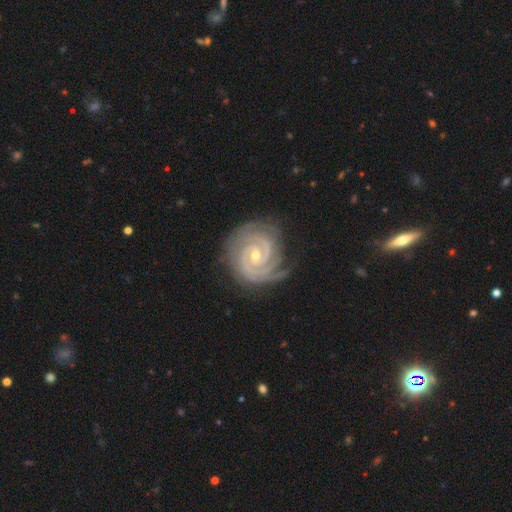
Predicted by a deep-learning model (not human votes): Smooth or featured?
  - featured or disk: 93% *
  - star or artifact: 5%
  - smooth: 3%
Edge-on disk?
  - no: 98% *
  - yes: 2%
Bar?
  - no: 47% *
  - weak: 36%
  - strong: 17%
Spiral arms?
  - yes: 99% *
  - no: 1%
Spiral winding?
  - tight: 84% *
  - medium: 14%
  - loose: 2%
Spiral arm count?
  - 2: 50% *
  - 3: 24%
  - can't tell: 8%
  - 4: 8%
  - more than 4: 5%
  - 1: 5%
Bulge size?
  - small: 57% *
  - moderate: 41%
  - large: 1%
  - none: 1%
  - dominant: 1%
Merging?
  - none: 78% *
  - minor disturbance: 16%
  - major disturbance: 5%
  - merger: 1%